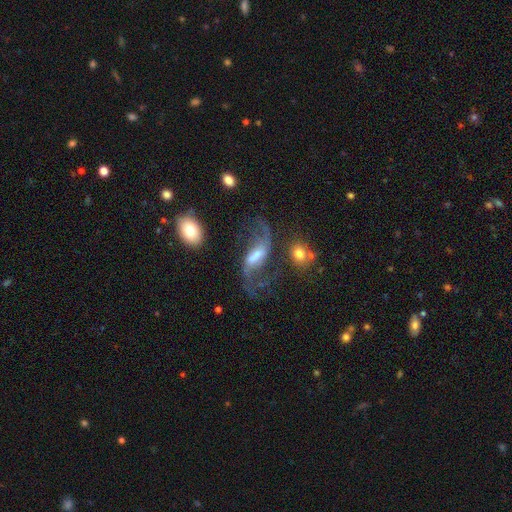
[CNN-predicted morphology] type=featured or disk (82%); edge-on=no (94%); bar=weak (44%); spiral arms=yes (94%); winding=loose (84%); arm count=2 (91%); bulge=small (35%); merging=none (55%).